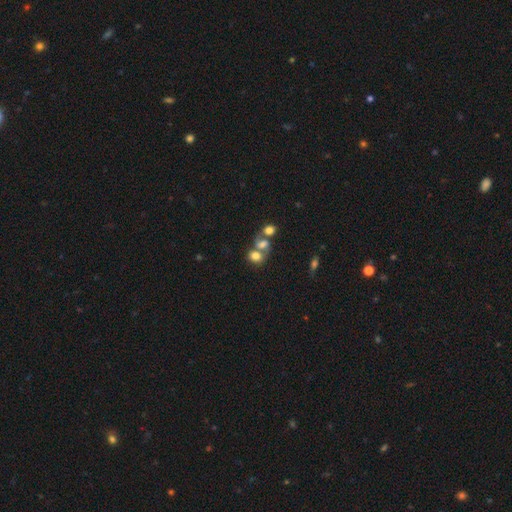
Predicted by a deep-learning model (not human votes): smooth-or-featured: smooth: 69% | featured or disk: 19% | star or artifact: 12%
  how-rounded: round: 54% | in between: 44% | cigar-shaped: 1%
  merging: merger: 58% | none: 25% | minor disturbance: 8% | major disturbance: 8%